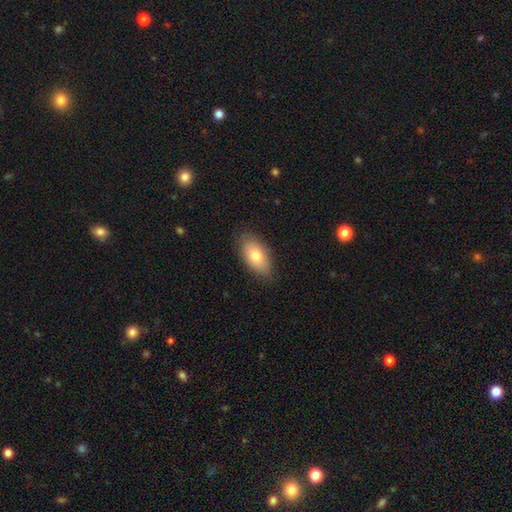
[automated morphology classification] type=smooth (76%); roundness=in between (92%); merging=none (85%).